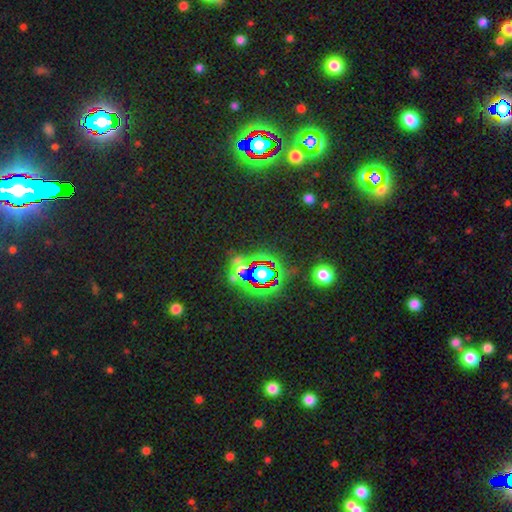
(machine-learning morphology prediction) Smooth or featured?
  - star or artifact: 80% *
  - smooth: 12%
  - featured or disk: 8%